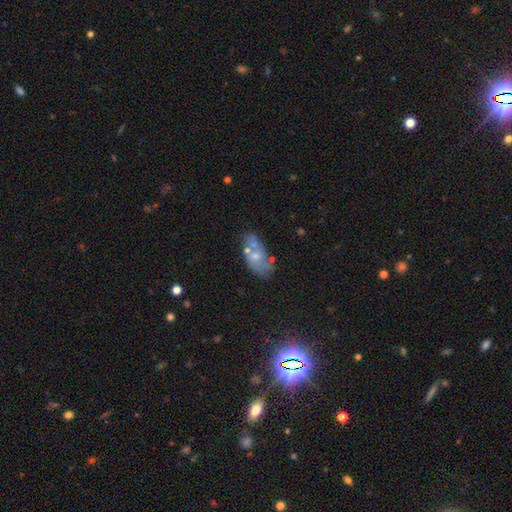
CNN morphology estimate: This is possibly a featured or disk galaxy (51%). It is clearly not viewed edge-on (93%). Merging: marginally none (44%).